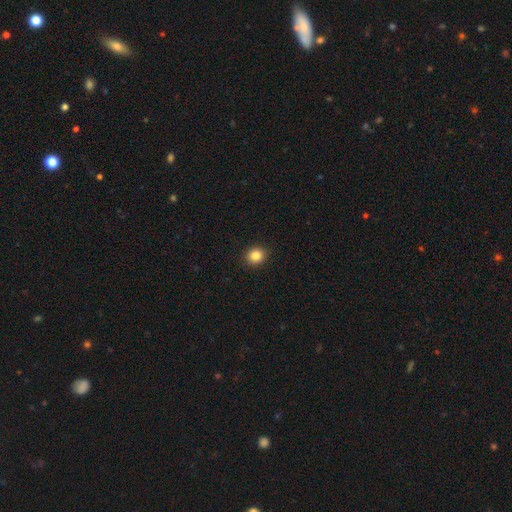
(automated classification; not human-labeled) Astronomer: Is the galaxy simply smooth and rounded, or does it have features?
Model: smooth — 85%.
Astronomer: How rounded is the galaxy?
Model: round — 79%.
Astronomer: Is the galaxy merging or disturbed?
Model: none — 92%.